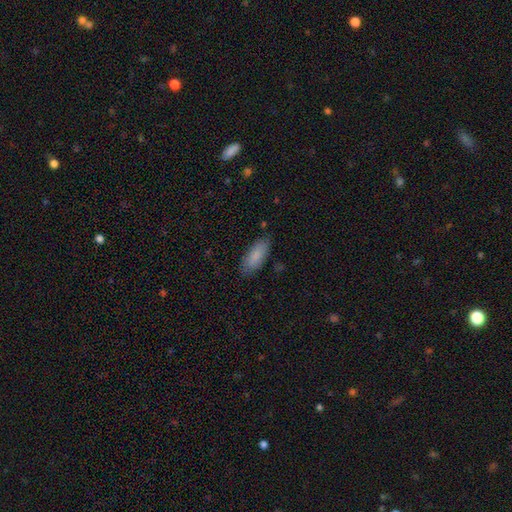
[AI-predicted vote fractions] Smooth or featured: smooth — 84% (featured or disk — 10%)
How rounded: in between — 78% (cigar-shaped — 20%)
Merging: none — 81% (minor disturbance — 14%)